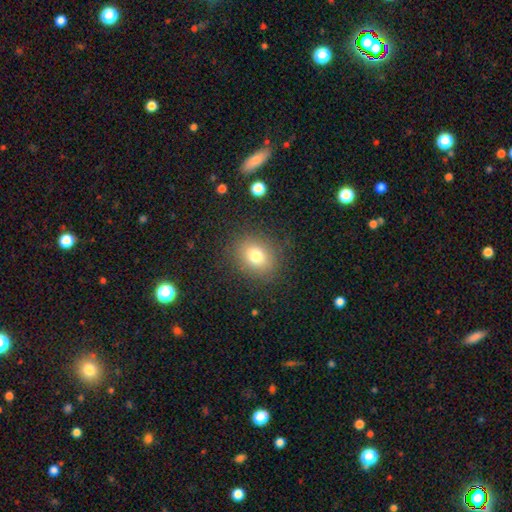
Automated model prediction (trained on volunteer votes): smooth_or_featured: smooth (p=0.77) [alt: star or artifact p=0.13]
how_rounded: round (p=0.59) [alt: in between p=0.40]
merging: none (p=0.84) [alt: minor disturbance p=0.10]